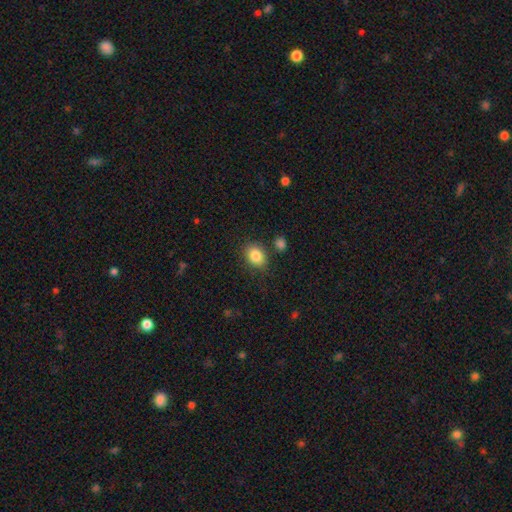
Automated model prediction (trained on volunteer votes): A smooth galaxy with no disk features (86%) that is in between round and cigar-shaped (61%). Merging: none (79%).